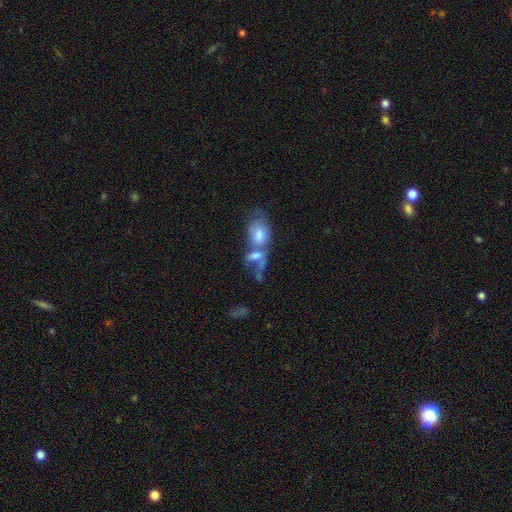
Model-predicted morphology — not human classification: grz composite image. It shows a smooth galaxy with no disk features (56%) that is in between round and cigar-shaped (84%). Merging: merger (72%).